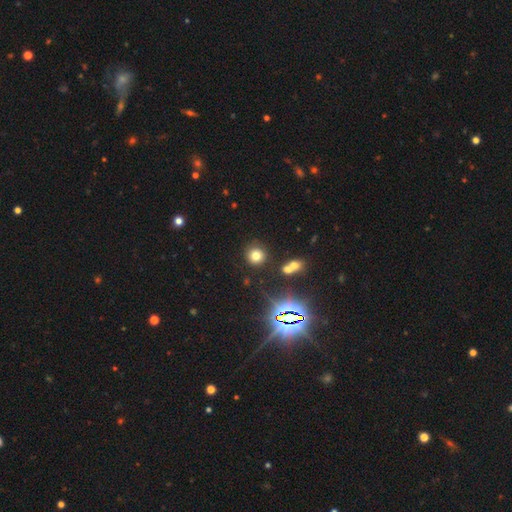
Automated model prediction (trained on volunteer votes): Smooth or featured: smooth — 71% (star or artifact — 21%)
How rounded: round — 91% (in between — 8%)
Merging: none — 83% (minor disturbance — 8%)